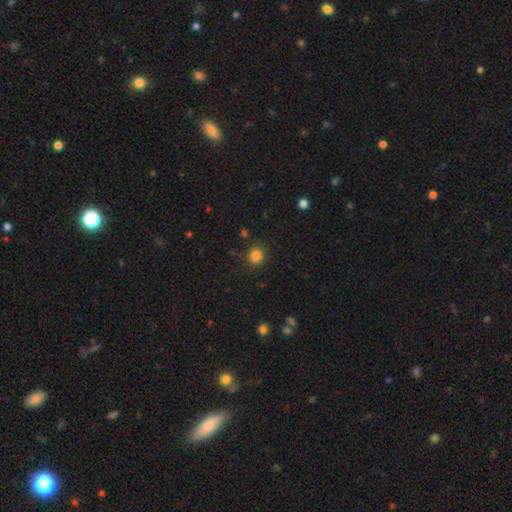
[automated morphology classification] smooth-or-featured: smooth: 84% | star or artifact: 12% | featured or disk: 4%
  how-rounded: round: 83% | in between: 16% | cigar-shaped: 1%
  merging: none: 87% | minor disturbance: 9% | major disturbance: 3% | merger: 2%